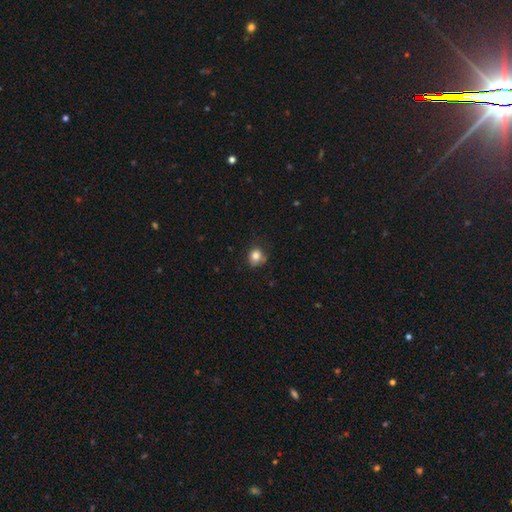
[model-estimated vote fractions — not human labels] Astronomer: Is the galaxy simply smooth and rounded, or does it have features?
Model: smooth — 82%.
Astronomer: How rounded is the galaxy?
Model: round — 69%.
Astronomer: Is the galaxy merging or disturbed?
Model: none — 65%.